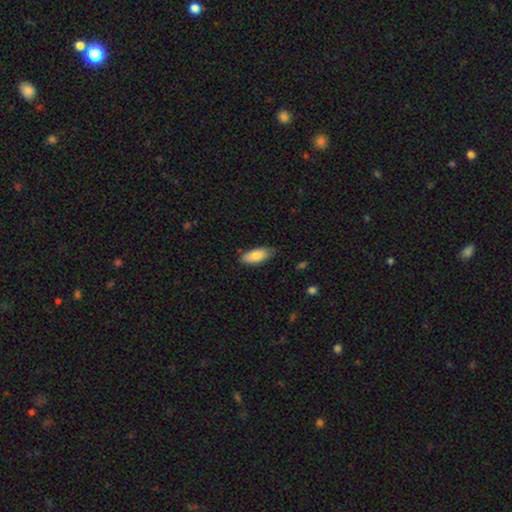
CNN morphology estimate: type=smooth (83%); roundness=in between (86%); merging=none (78%).